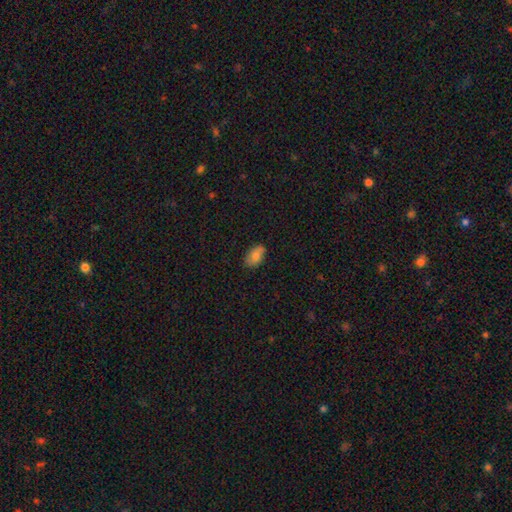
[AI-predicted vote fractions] Morphology: type=smooth (76%); roundness=in between (92%); merging=none (80%).